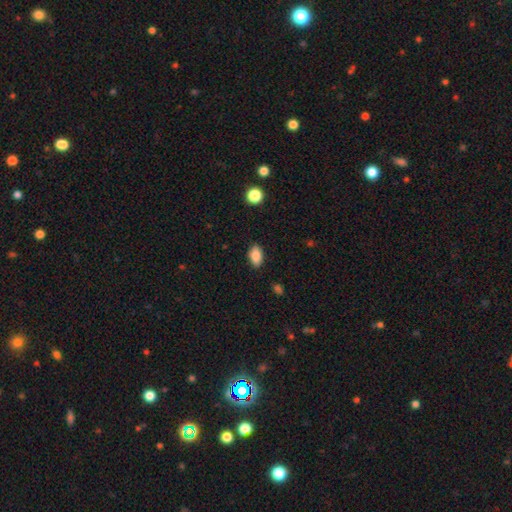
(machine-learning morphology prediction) smooth-or-featured: smooth: 86% | star or artifact: 8% | featured or disk: 6%
  how-rounded: in between: 91% | round: 7% | cigar-shaped: 2%
  merging: none: 86% | minor disturbance: 10% | major disturbance: 2% | merger: 1%